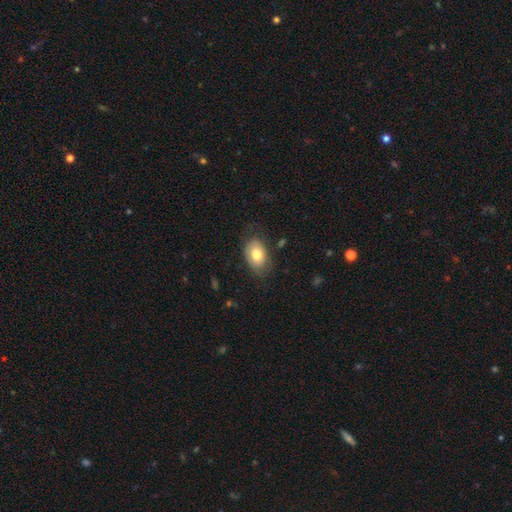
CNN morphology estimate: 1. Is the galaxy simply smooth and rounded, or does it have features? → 71% smooth, 20% featured or disk, 9% star or artifact.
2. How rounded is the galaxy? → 84% in between, 15% round, 1% cigar-shaped.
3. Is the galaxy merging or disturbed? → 79% none, 16% minor disturbance, 4% major disturbance, 1% merger.